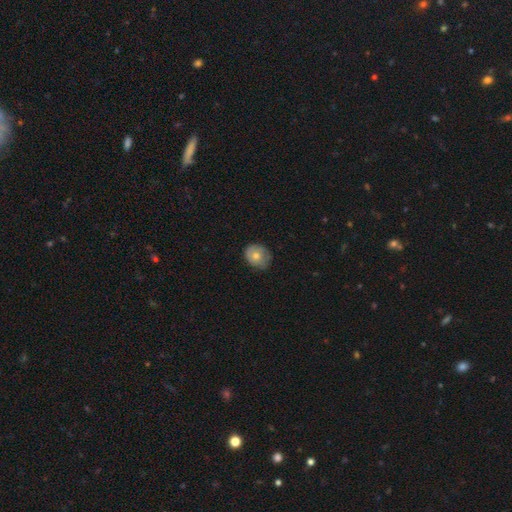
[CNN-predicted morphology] smooth 66%, featured or disk 26%, star or artifact 8%. Down the decision tree: how rounded — round (71%); merging — none (72%).